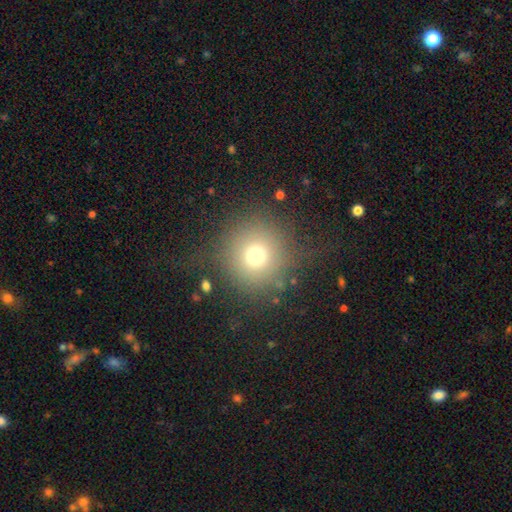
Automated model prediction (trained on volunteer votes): Smooth or featured? Predicted: smooth (p=0.70). How rounded? Predicted: round (p=0.94). Merging? Predicted: none (p=0.73).